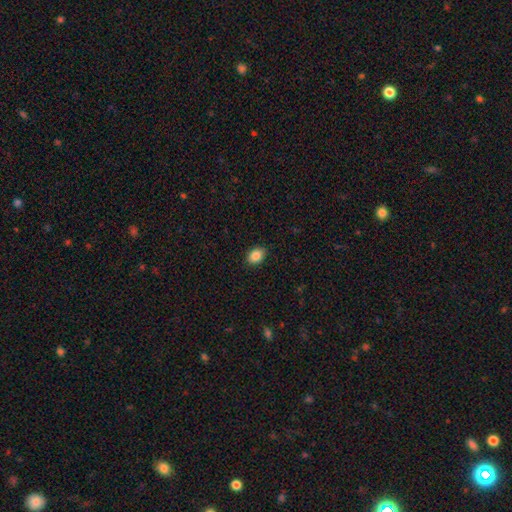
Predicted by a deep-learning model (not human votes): smooth 87%, star or artifact 8%, featured or disk 5%. Down the decision tree: how rounded — in between (72%); merging — none (88%).